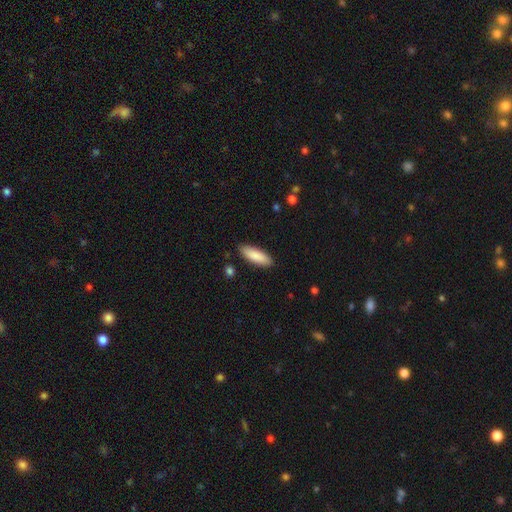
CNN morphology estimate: Smooth or featured: smooth — 87% (featured or disk — 7%)
How rounded: in between — 58% (cigar-shaped — 41%)
Merging: none — 88% (minor disturbance — 9%)